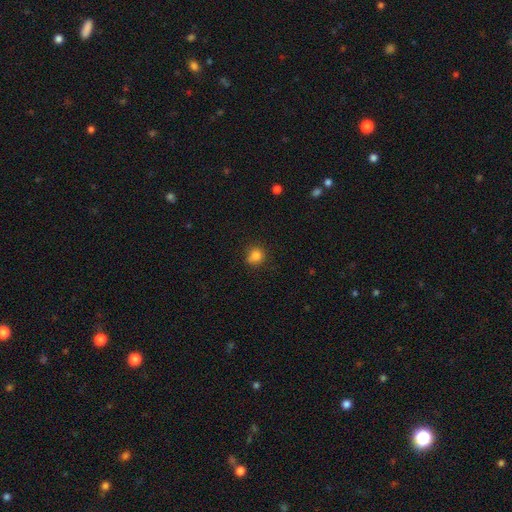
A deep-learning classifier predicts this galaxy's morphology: Smooth or featured?
  - smooth: 82% *
  - star or artifact: 11%
  - featured or disk: 7%
How rounded?
  - round: 81% *
  - in between: 18%
  - cigar-shaped: 1%
Merging?
  - none: 67% *
  - minor disturbance: 21%
  - merger: 7%
  - major disturbance: 5%